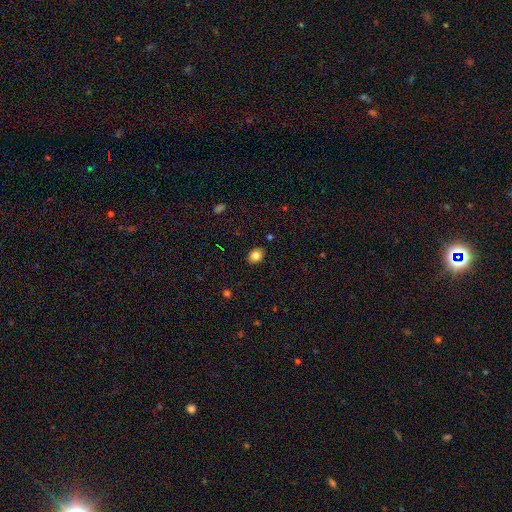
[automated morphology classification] smooth_or_featured: smooth (p=0.83) [alt: star or artifact p=0.09]
how_rounded: in between (p=0.68) [alt: round p=0.31]
merging: none (p=0.88) [alt: minor disturbance p=0.09]